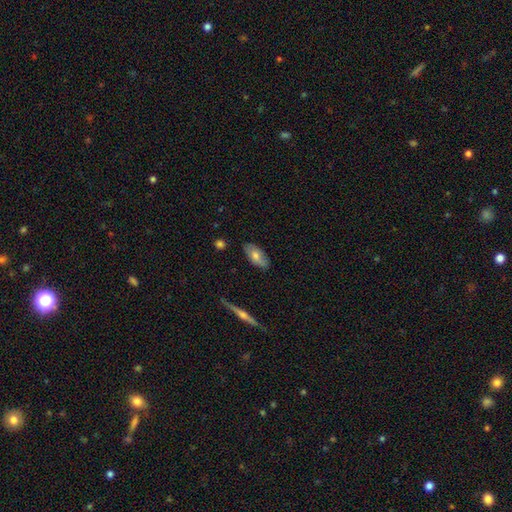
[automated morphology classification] The model was most divided on "smooth or featured": smooth: 65%, featured or disk: 29%, star or artifact: 7%. More confident: how rounded — in between (88%); merging — none (83%).